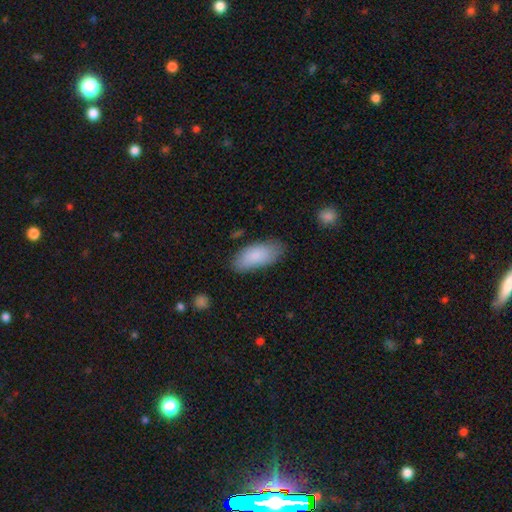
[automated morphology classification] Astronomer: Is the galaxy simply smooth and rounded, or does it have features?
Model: smooth — 84%.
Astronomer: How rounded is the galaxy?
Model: in between — 89%.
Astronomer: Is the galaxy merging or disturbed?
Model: none — 73%.